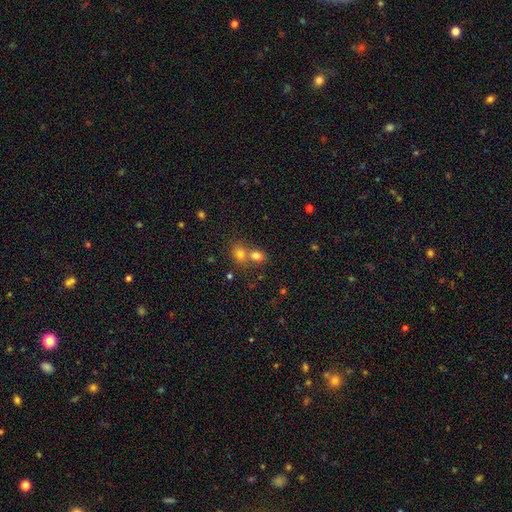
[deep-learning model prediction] Smooth or featured? smooth (76%)
How rounded? in between (57%)
Merging? merger (56%)